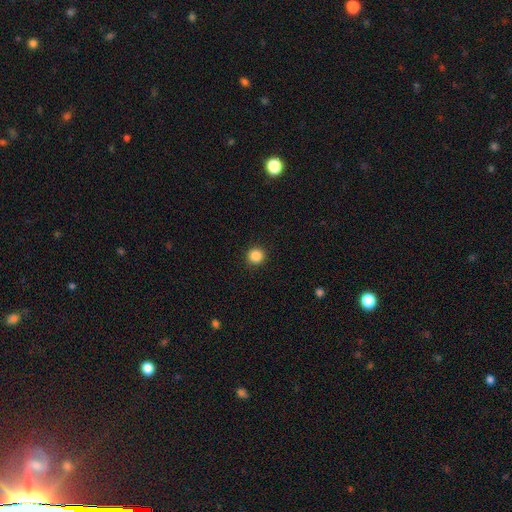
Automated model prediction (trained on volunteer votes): Overall: smooth (86%). How rounded: round (95%). Merging: none (92%).